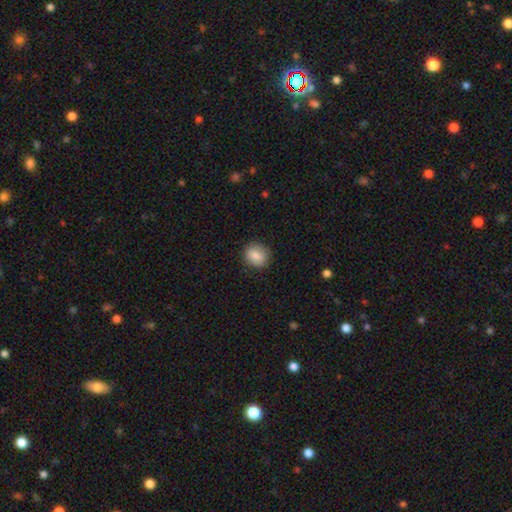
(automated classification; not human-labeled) smooth-or-featured: smooth: 86% | star or artifact: 8% | featured or disk: 5%
  how-rounded: round: 76% | in between: 23% | cigar-shaped: 1%
  merging: none: 86% | minor disturbance: 10% | major disturbance: 3% | merger: 1%